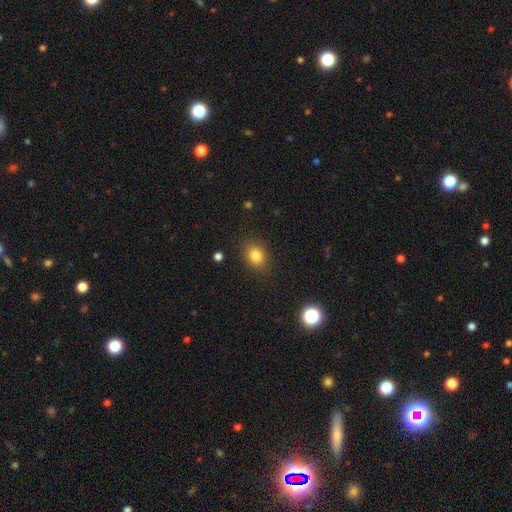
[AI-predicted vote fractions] Smooth or featured?
  - smooth: 83% *
  - star or artifact: 11%
  - featured or disk: 6%
How rounded?
  - round: 63% *
  - in between: 36%
  - cigar-shaped: 1%
Merging?
  - none: 86% *
  - minor disturbance: 10%
  - major disturbance: 3%
  - merger: 1%